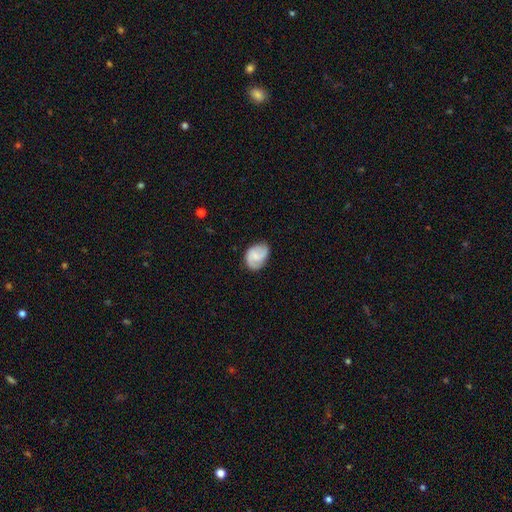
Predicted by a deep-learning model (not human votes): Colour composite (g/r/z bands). It shows a featured or disk galaxy (53%) with no bar (53%), spiral arms (90%) and a small central bulge (45%). Merging: none (66%).